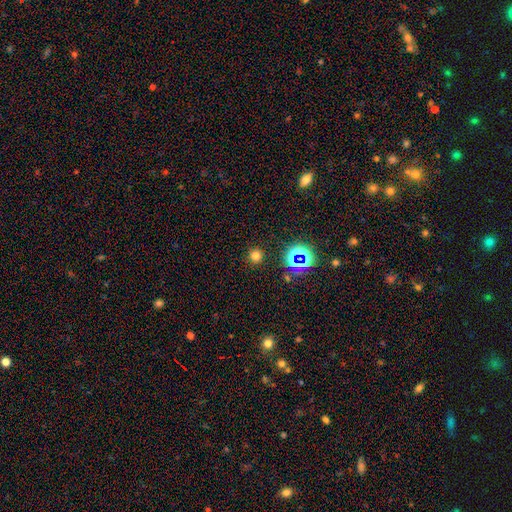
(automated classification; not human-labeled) Smooth or featured?
  - smooth: 70% *
  - star or artifact: 24%
  - featured or disk: 6%
How rounded?
  - round: 93% *
  - in between: 6%
  - cigar-shaped: 1%
Merging?
  - none: 90% *
  - minor disturbance: 6%
  - major disturbance: 3%
  - merger: 2%